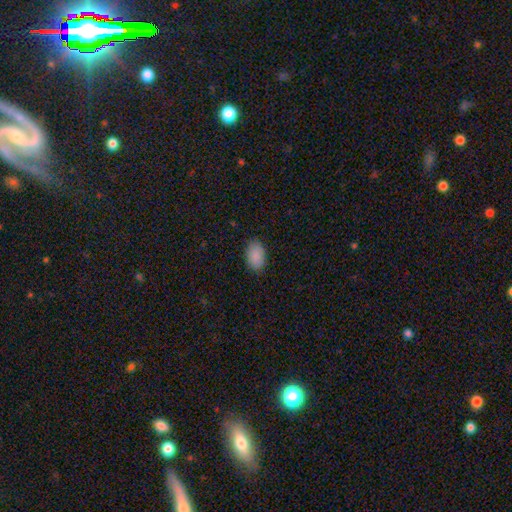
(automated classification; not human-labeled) smooth_or_featured: smooth (p=0.89) [alt: star or artifact p=0.07]
how_rounded: in between (p=0.92) [alt: round p=0.07]
merging: none (p=0.87) [alt: minor disturbance p=0.10]